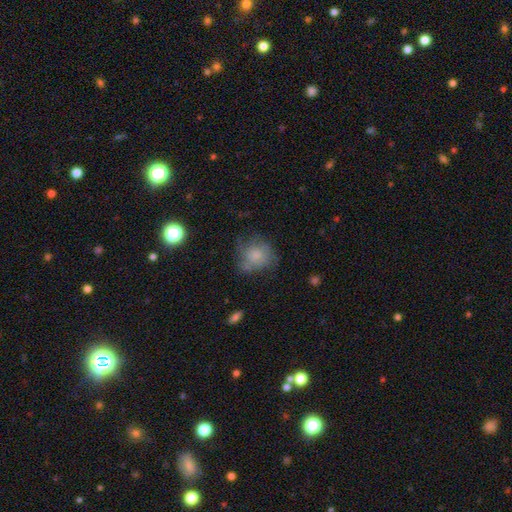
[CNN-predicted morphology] Smooth or featured?
  - smooth: 65% *
  - featured or disk: 25%
  - star or artifact: 10%
How rounded?
  - round: 72% *
  - in between: 27%
  - cigar-shaped: 1%
Merging?
  - none: 50% *
  - minor disturbance: 28%
  - major disturbance: 18%
  - merger: 4%